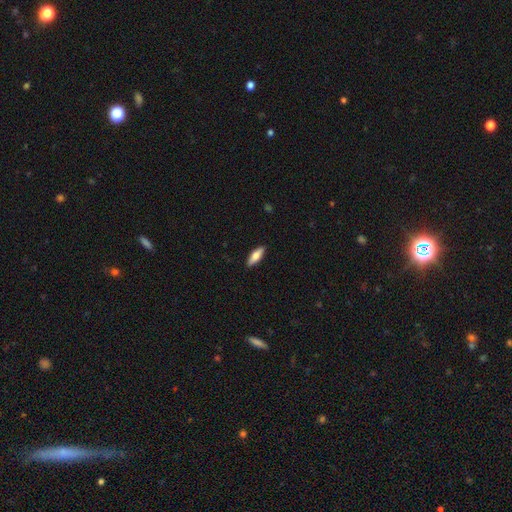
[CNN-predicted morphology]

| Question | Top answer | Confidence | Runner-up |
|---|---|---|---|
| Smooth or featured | smooth | 72% | featured or disk (22%) |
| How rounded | in between | 55% | cigar-shaped (43%) |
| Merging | none | 90% | minor disturbance (8%) |